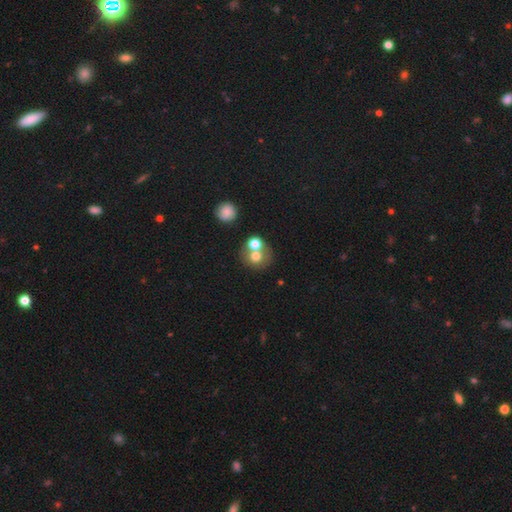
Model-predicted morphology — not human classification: Q: Smooth or featured?
A: smooth (68%); runner-up: featured or disk (19%)
Q: How rounded?
A: round (81%); runner-up: in between (18%)
Q: Merging?
A: none (45%); tied with: merger (45%)